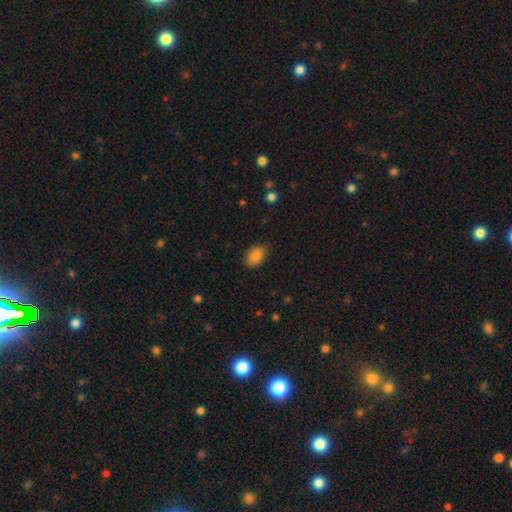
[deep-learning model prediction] Smooth or featured?
  - smooth: 83% *
  - featured or disk: 8%
  - star or artifact: 8%
How rounded?
  - in between: 81% *
  - round: 18%
  - cigar-shaped: 1%
Merging?
  - none: 83% *
  - minor disturbance: 14%
  - major disturbance: 3%
  - merger: 1%